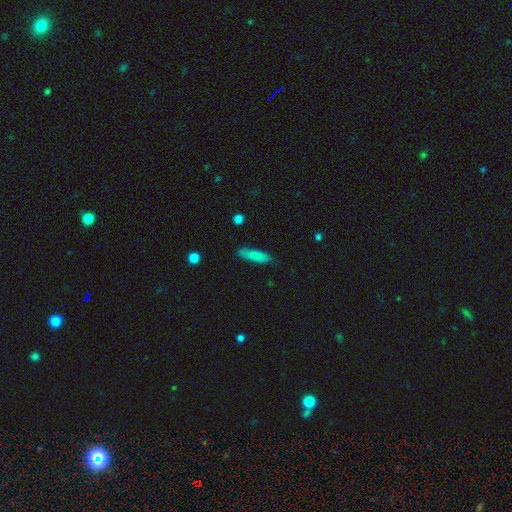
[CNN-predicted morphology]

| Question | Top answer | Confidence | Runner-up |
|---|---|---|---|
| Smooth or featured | smooth | 82% | featured or disk (12%) |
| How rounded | cigar-shaped | 69% | in between (30%) |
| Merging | none | 81% | minor disturbance (15%) |